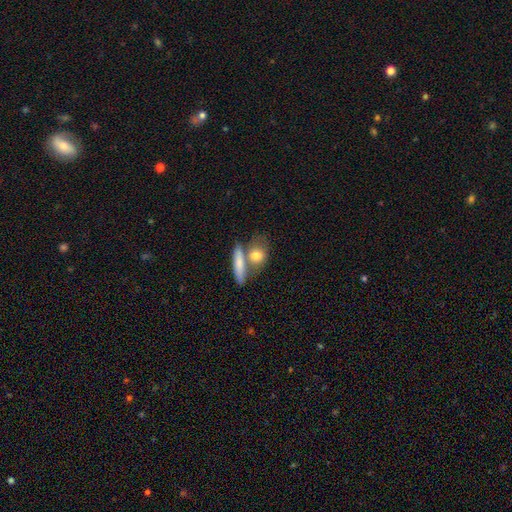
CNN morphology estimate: This is likely a smooth galaxy (77%). How rounded: marginally in between (44%). Merging: marginally none (44%).